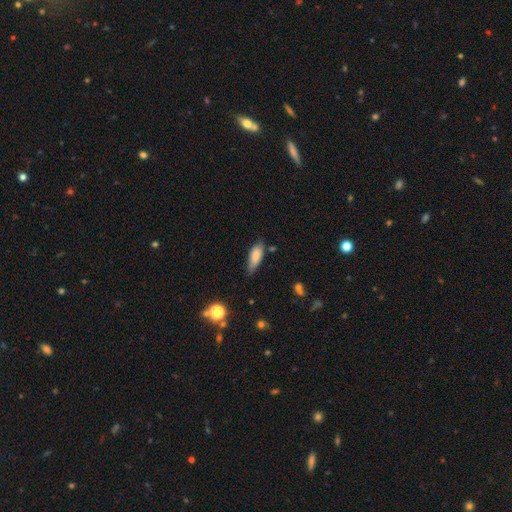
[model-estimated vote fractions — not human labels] smooth_or_featured: smooth (p=0.82) [alt: featured or disk p=0.10]
how_rounded: in between (p=0.69) [alt: cigar-shaped p=0.28]
merging: none (p=0.58) [alt: minor disturbance p=0.33]